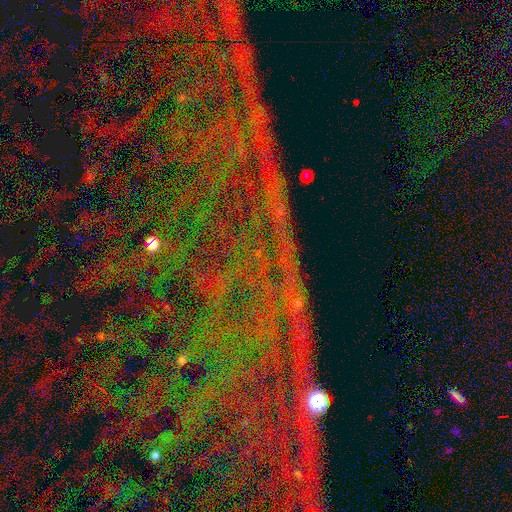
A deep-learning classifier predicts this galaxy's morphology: Q: Smooth or featured?
A: star or artifact (83%); runner-up: featured or disk (9%)